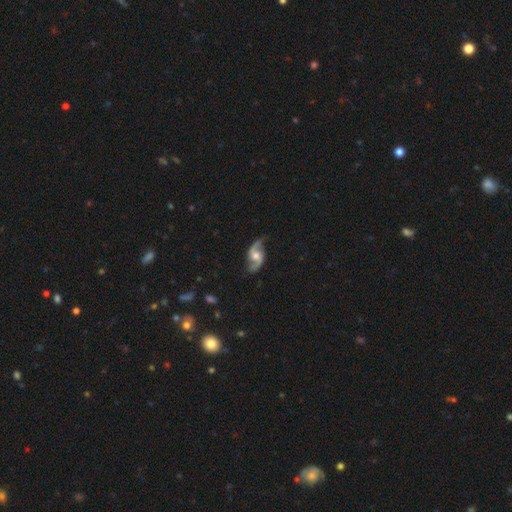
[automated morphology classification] Smooth or featured? featured or disk (88%)
Edge-on disk? no (97%)
Bar? no (52%)
Spiral arms? yes (97%)
Spiral winding? loose (63%)
Spiral arm count? 2 (94%)
Bulge size? moderate (65%)
Merging? none (77%)